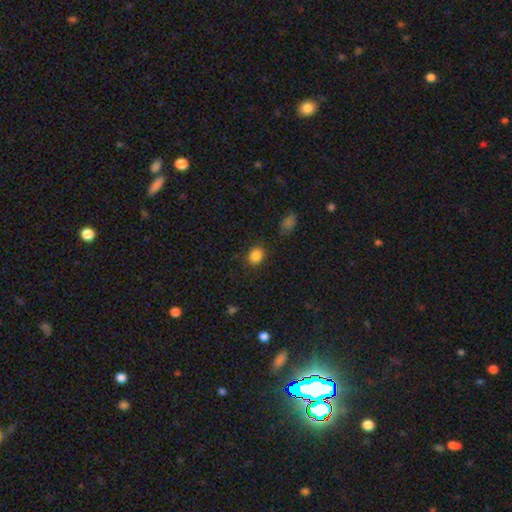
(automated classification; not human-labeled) smooth-or-featured: smooth: 85% | star or artifact: 11% | featured or disk: 4%
  how-rounded: round: 66% | in between: 33% | cigar-shaped: 1%
  merging: none: 85% | minor disturbance: 10% | major disturbance: 3% | merger: 2%